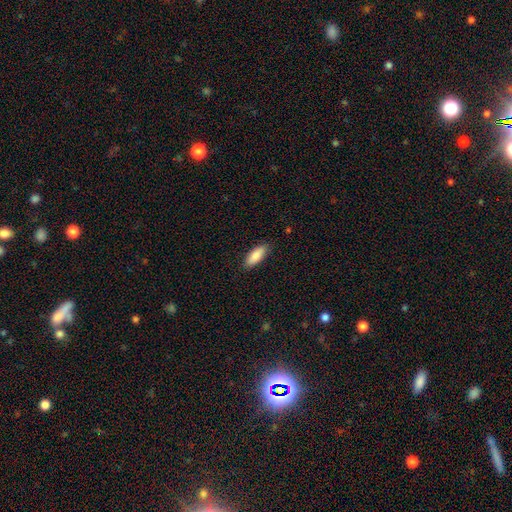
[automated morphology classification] A smooth galaxy with no disk features (87%) that is in between round and cigar-shaped (74%).

Vote fractions:
- Smooth or featured? smooth: 87% / featured or disk: 7% / star or artifact: 6%
- How rounded? in between: 74% / cigar-shaped: 24% / round: 2%
- Merging? none: 86% / minor disturbance: 10% / major disturbance: 2% / merger: 1%